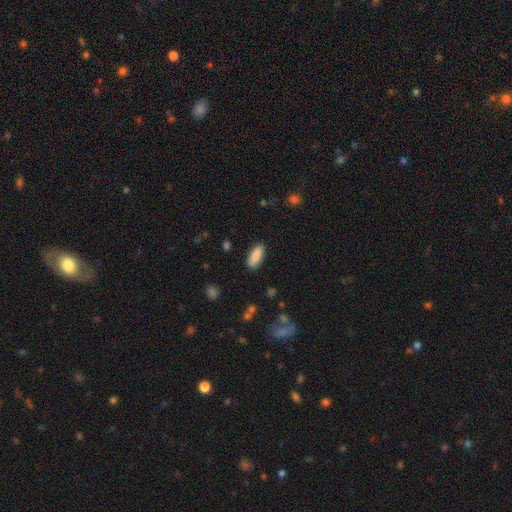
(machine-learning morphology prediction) A smooth galaxy with no disk features (84%) that is in between round and cigar-shaped (69%).

Vote fractions:
- Smooth or featured? smooth: 84% / featured or disk: 10% / star or artifact: 6%
- How rounded? in between: 69% / cigar-shaped: 29% / round: 2%
- Merging? none: 87% / minor disturbance: 9% / major disturbance: 2% / merger: 1%